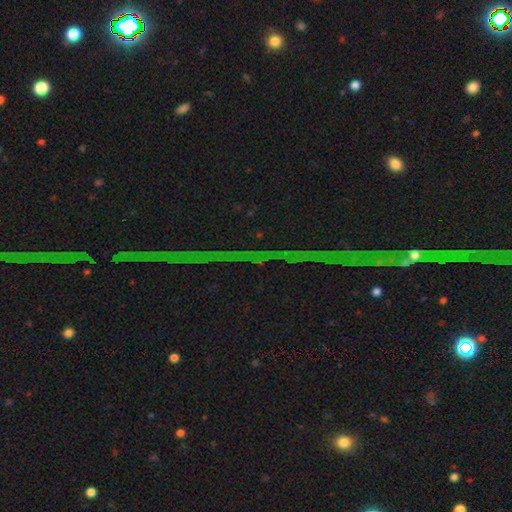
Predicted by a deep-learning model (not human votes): Overall: star or artifact (84%).